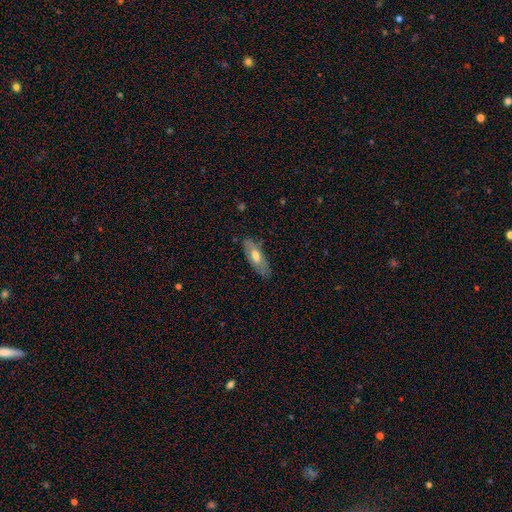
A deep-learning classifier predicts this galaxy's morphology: Smooth or featured?
  - smooth: 58% *
  - featured or disk: 36%
  - star or artifact: 6%
How rounded?
  - in between: 73% *
  - cigar-shaped: 24%
  - round: 2%
Merging?
  - none: 75% *
  - minor disturbance: 19%
  - major disturbance: 4%
  - merger: 1%